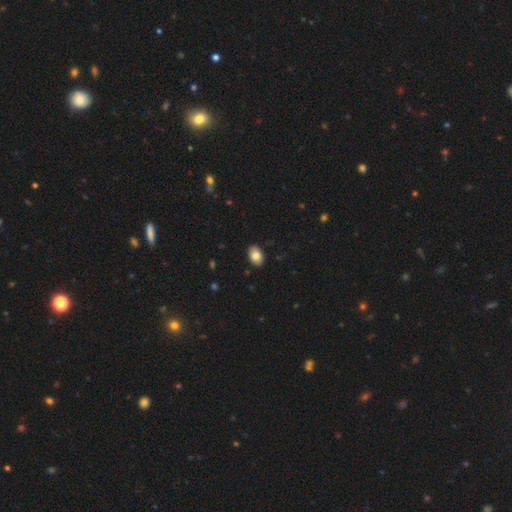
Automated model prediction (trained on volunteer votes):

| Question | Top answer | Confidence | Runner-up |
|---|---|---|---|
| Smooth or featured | smooth | 83% | featured or disk (9%) |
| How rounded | in between | 87% | round (12%) |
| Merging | none | 89% | minor disturbance (9%) |